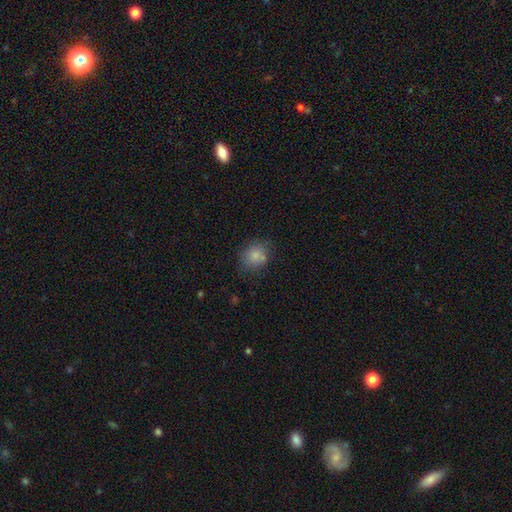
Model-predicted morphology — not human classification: This appears to be a smooth galaxy with no disk features (81%) that is round (63%). Merging: none (64%).